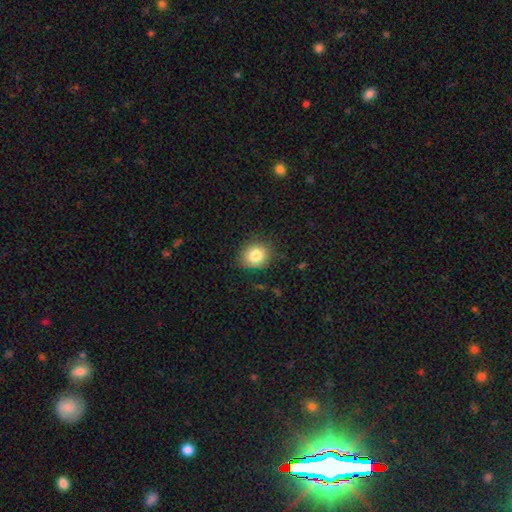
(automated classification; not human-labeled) Smooth or featured? smooth (83%)
How rounded? round (72%)
Merging? none (86%)